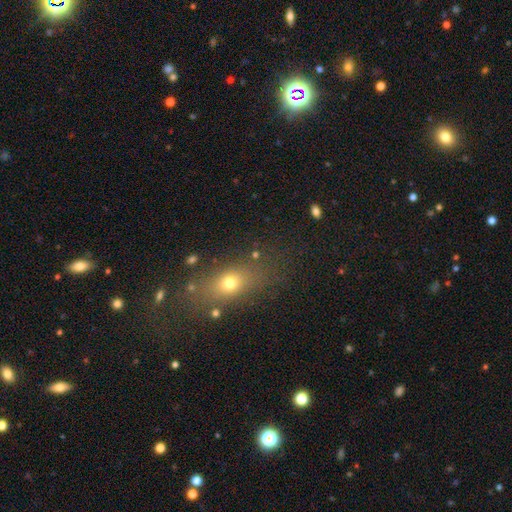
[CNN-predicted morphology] smooth 63%, star or artifact 21%, featured or disk 17%. Down the decision tree: how rounded — in between (59%); merging — none (77%).